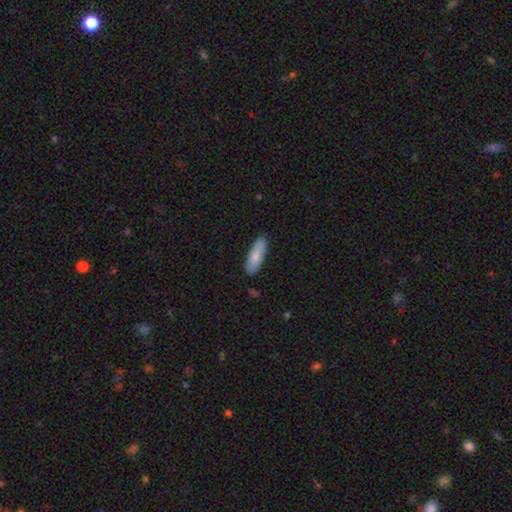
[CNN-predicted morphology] smooth_or_featured: smooth (p=0.81) [alt: featured or disk p=0.13]
how_rounded: cigar-shaped (p=0.51) [alt: in between p=0.47]
merging: none (p=0.86) [alt: minor disturbance p=0.11]